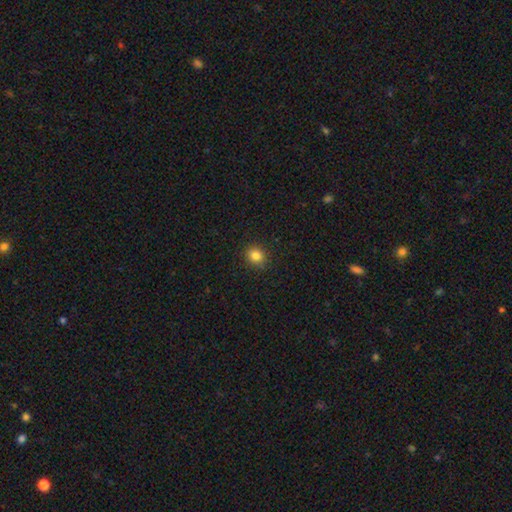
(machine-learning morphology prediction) Smooth or featured? smooth (83%)
How rounded? round (80%)
Merging? none (90%)